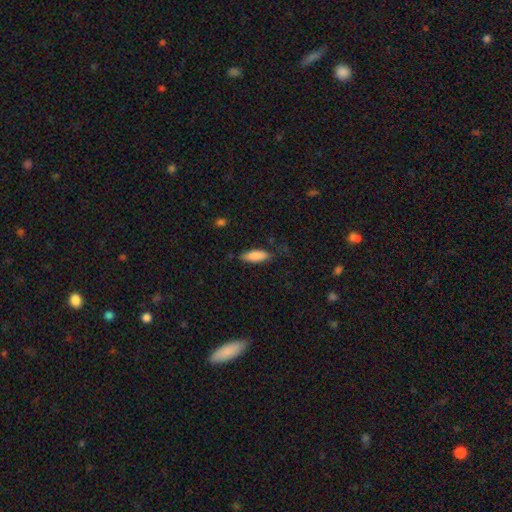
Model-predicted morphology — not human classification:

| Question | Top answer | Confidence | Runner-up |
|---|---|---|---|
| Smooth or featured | smooth | 85% | featured or disk (9%) |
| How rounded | in between | 61% | cigar-shaped (37%) |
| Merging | none | 73% | minor disturbance (20%) |